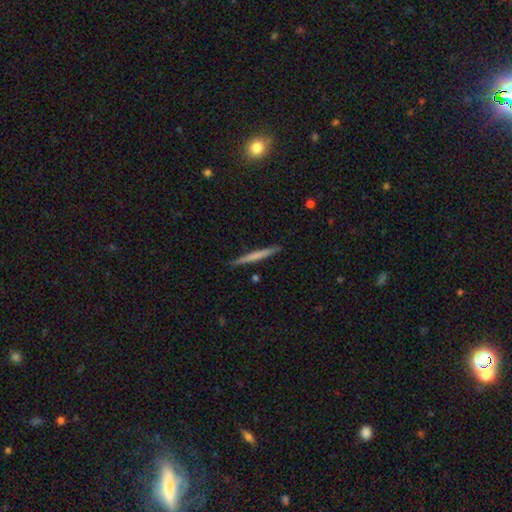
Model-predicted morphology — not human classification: smooth_or_featured: smooth (p=0.55) [alt: featured or disk p=0.40]
how_rounded: cigar-shaped (p=0.97) [alt: in between p=0.02]
merging: none (p=0.90) [alt: minor disturbance p=0.07]